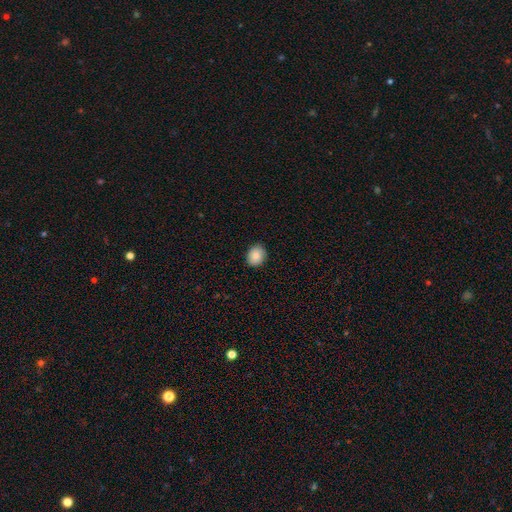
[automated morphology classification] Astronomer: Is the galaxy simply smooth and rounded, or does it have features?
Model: smooth — 87%.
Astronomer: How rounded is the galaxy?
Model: round — 57% (runner-up: in between, 42%).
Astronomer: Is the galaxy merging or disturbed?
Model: none — 89%.